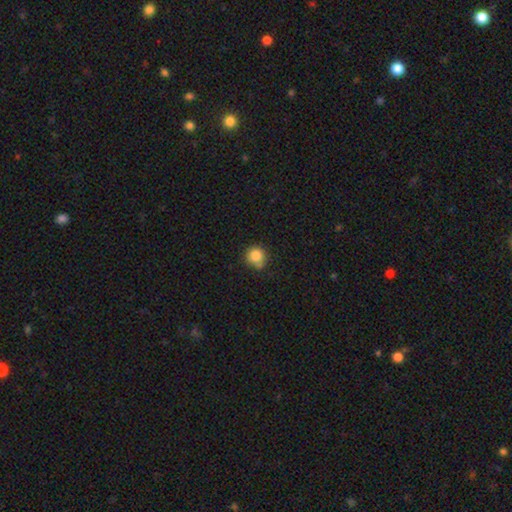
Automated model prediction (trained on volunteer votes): smooth 85%, star or artifact 10%, featured or disk 5%. Down the decision tree: how rounded — round (92%); merging — none (70%).